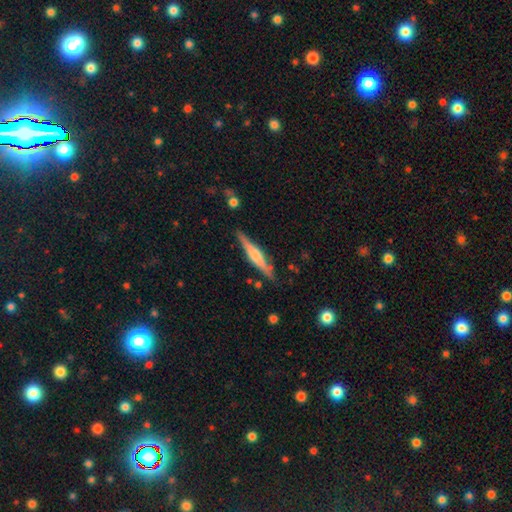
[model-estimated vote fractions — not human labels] smooth-or-featured: featured or disk: 59% | smooth: 36% | star or artifact: 6%
  disk-edge-on: yes: 97% | no: 3%
    edge-on-bulge: rounded: 62% | boxy: 25% | none: 13%
  merging: none: 85% | minor disturbance: 11% | major disturbance: 2% | merger: 2%